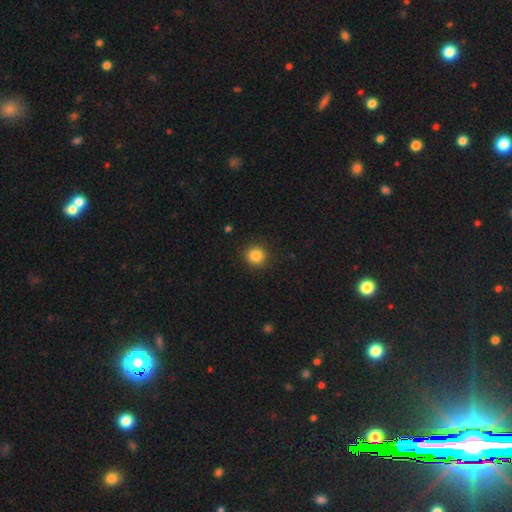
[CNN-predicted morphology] Overall: smooth (85%). How rounded: round (92%). Merging: none (91%).